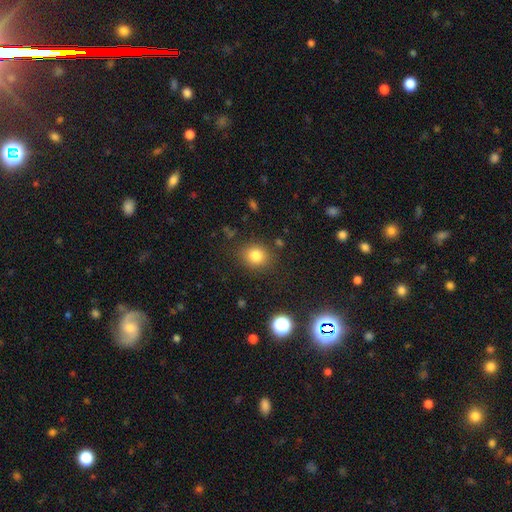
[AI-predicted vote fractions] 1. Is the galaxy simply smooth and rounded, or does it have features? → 80% smooth, 13% star or artifact, 7% featured or disk.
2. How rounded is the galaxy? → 74% round, 25% in between, 1% cigar-shaped.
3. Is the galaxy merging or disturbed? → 84% none, 10% minor disturbance, 4% major disturbance, 2% merger.